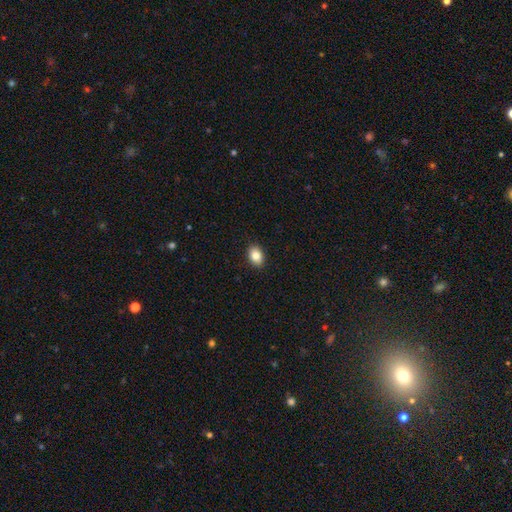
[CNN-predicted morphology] This appears to be a smooth galaxy with no disk features (86%) that is in between round and cigar-shaped (78%). Merging: none (90%).